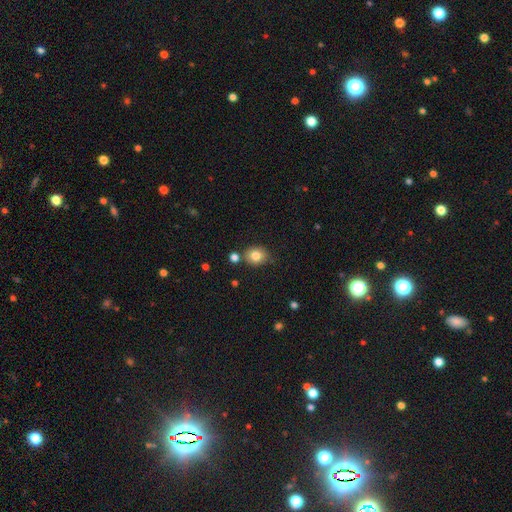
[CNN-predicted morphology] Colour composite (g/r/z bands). It shows a smooth galaxy with no disk features (81%) that is round (68%). Merging: none (73%).